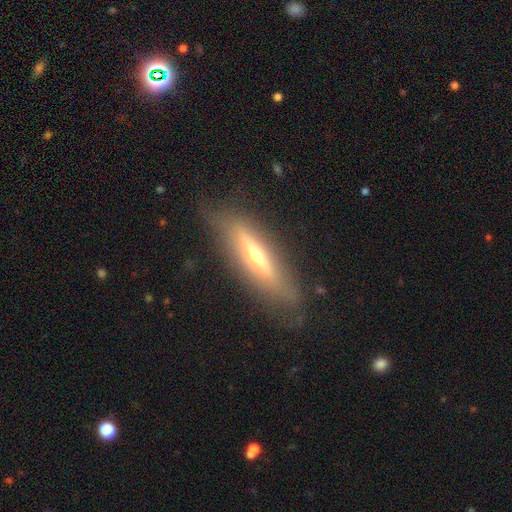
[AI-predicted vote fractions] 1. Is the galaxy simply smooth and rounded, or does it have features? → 59% featured or disk, 33% smooth, 8% star or artifact.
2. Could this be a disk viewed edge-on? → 81% yes, 19% no.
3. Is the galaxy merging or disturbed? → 81% none, 14% minor disturbance, 4% major disturbance, 1% merger.